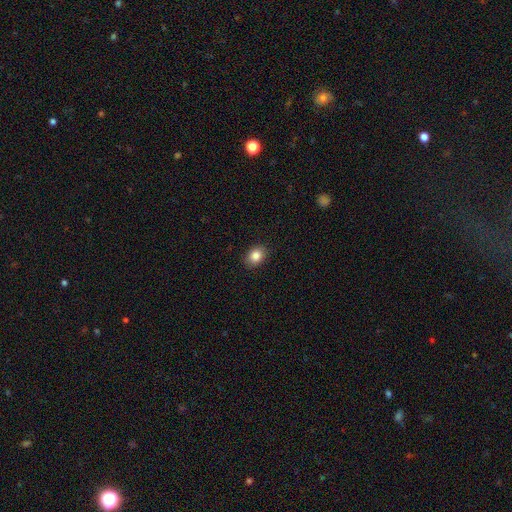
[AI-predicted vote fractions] smooth_or_featured: smooth (p=0.85) [alt: star or artifact p=0.09]
how_rounded: in between (p=0.62) [alt: round p=0.37]
merging: none (p=0.89) [alt: minor disturbance p=0.08]